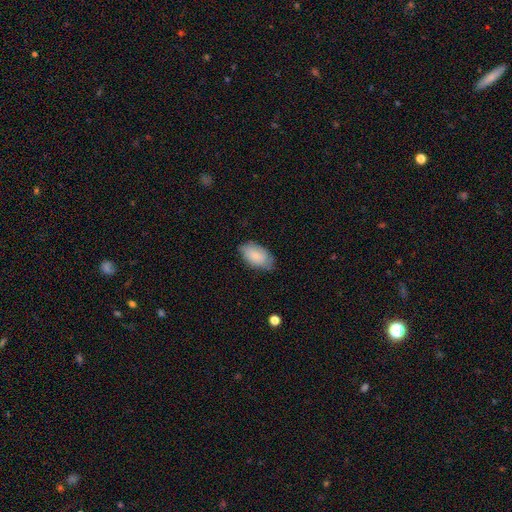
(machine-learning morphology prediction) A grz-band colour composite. It shows a smooth galaxy with no disk features (80%) that is in between round and cigar-shaped (94%). Merging: none (70%).